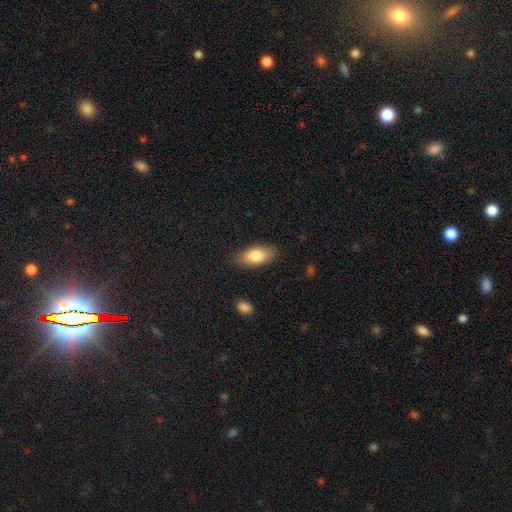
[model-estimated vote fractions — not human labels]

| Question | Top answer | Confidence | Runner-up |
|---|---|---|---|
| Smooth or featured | smooth | 80% | featured or disk (13%) |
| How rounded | in between | 89% | cigar-shaped (8%) |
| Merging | none | 84% | minor disturbance (12%) |